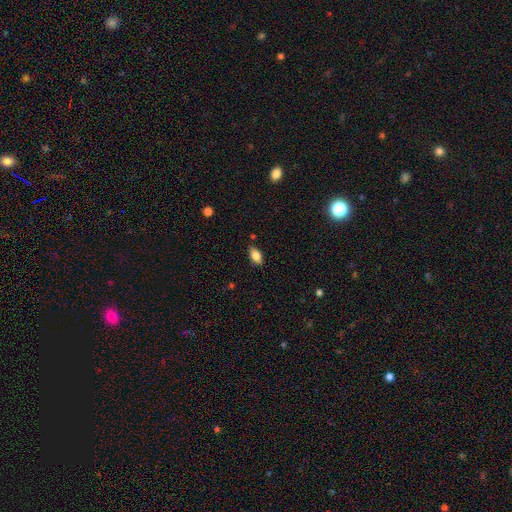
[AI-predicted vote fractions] smooth-or-featured: smooth: 80% | featured or disk: 12% | star or artifact: 8%
  how-rounded: in between: 90% | cigar-shaped: 6% | round: 5%
  merging: none: 82% | minor disturbance: 13% | major disturbance: 2% | merger: 2%